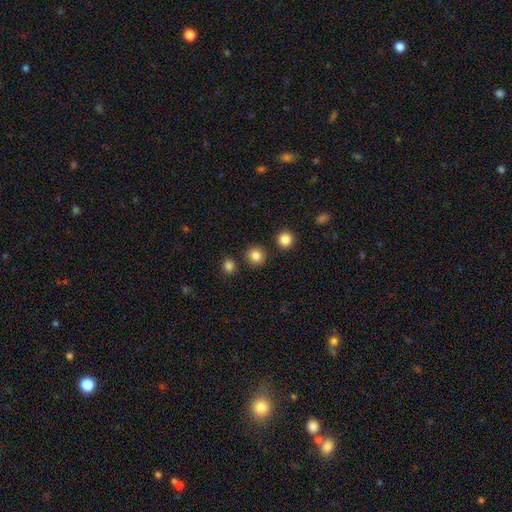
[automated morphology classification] A smooth galaxy with no disk features (84%) that is round (92%).

Vote fractions:
- Smooth or featured? smooth: 84% / star or artifact: 12% / featured or disk: 4%
- How rounded? round: 92% / in between: 7% / cigar-shaped: 1%
- Merging? none: 88% / minor disturbance: 6% / merger: 4% / major disturbance: 2%